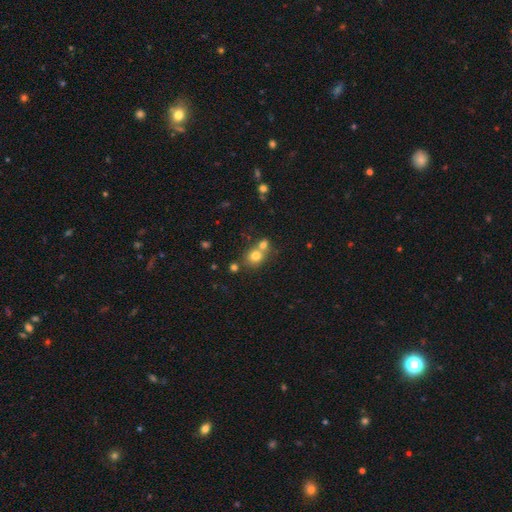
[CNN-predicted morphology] smooth_or_featured: smooth (p=0.75) [alt: star or artifact p=0.13]
how_rounded: round (p=0.74) [alt: in between p=0.25]
merging: none (p=0.47) [alt: merger p=0.43]